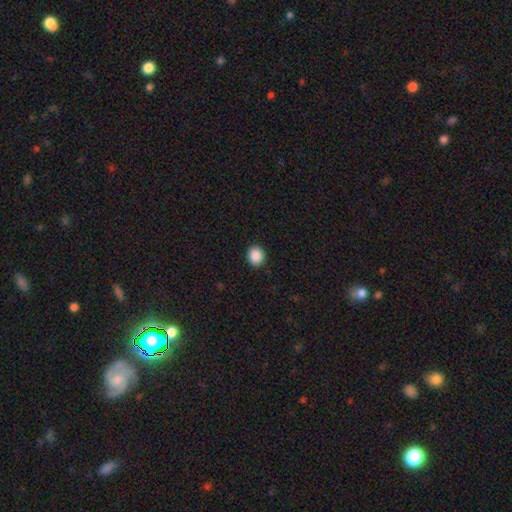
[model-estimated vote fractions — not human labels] smooth_or_featured: smooth (p=0.89) [alt: star or artifact p=0.09]
how_rounded: round (p=0.74) [alt: in between p=0.25]
merging: none (p=0.91) [alt: minor disturbance p=0.06]